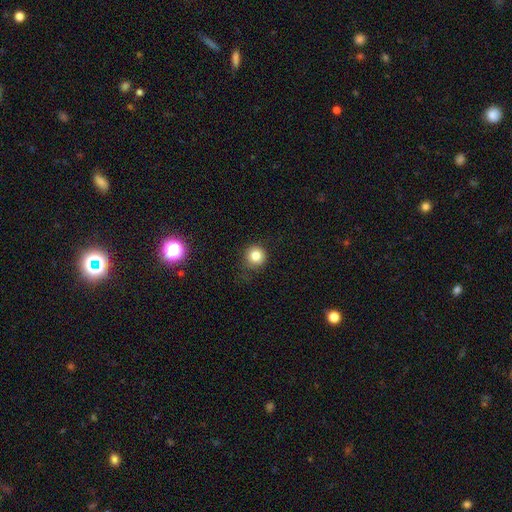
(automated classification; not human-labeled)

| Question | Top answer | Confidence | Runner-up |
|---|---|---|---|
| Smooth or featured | smooth | 81% | star or artifact (12%) |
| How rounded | round | 93% | in between (6%) |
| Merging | none | 82% | minor disturbance (13%) |